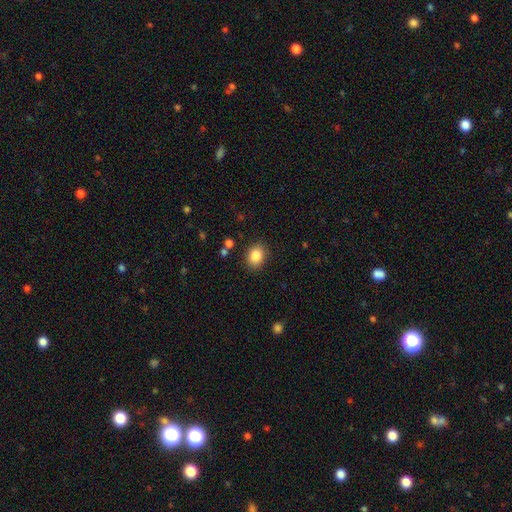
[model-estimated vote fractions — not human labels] Smooth or featured?
  - smooth: 85% *
  - star or artifact: 9%
  - featured or disk: 6%
How rounded?
  - in between: 51% *
  - round: 48%
  - cigar-shaped: 1%
Merging?
  - none: 86% *
  - minor disturbance: 9%
  - major disturbance: 3%
  - merger: 2%